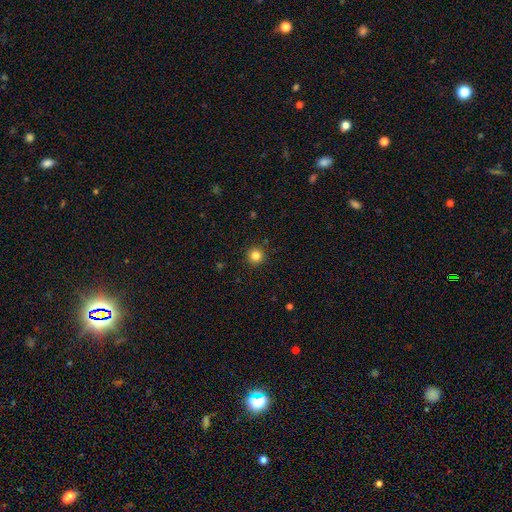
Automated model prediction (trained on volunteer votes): This is clearly a smooth galaxy (83%). How rounded: clearly round (96%). Merging: clearly none (92%).